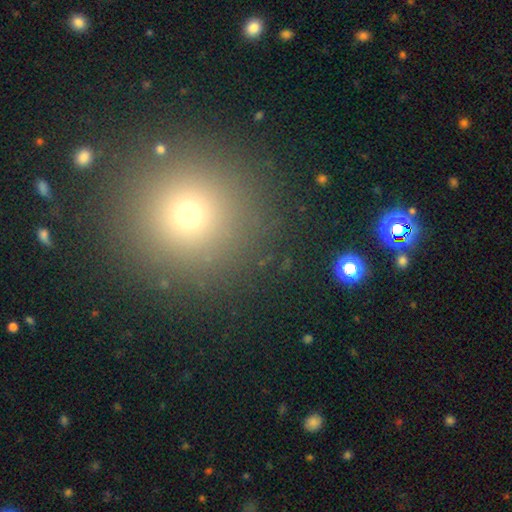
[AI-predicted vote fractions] smooth_or_featured: smooth (p=0.64) [alt: star or artifact p=0.29]
how_rounded: round (p=0.94) [alt: in between p=0.05]
merging: none (p=0.90) [alt: minor disturbance p=0.05]